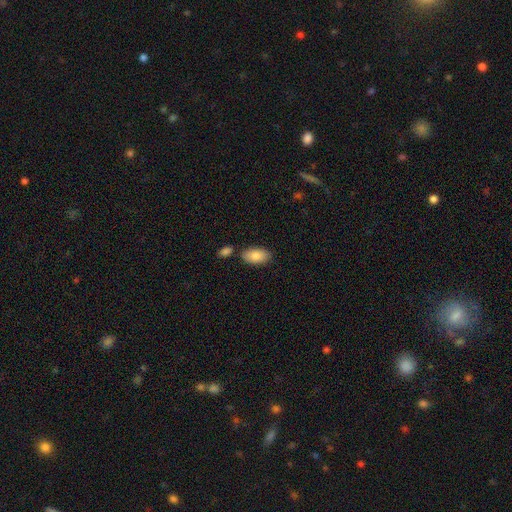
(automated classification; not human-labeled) This is clearly a smooth galaxy (86%). How rounded: clearly in between (95%). Merging: likely none (78%).